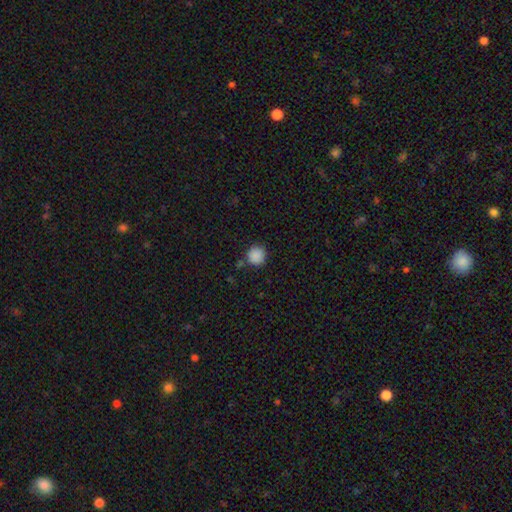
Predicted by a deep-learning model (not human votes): Overall: smooth (87%). How rounded: round (93%). Merging: none (80%).